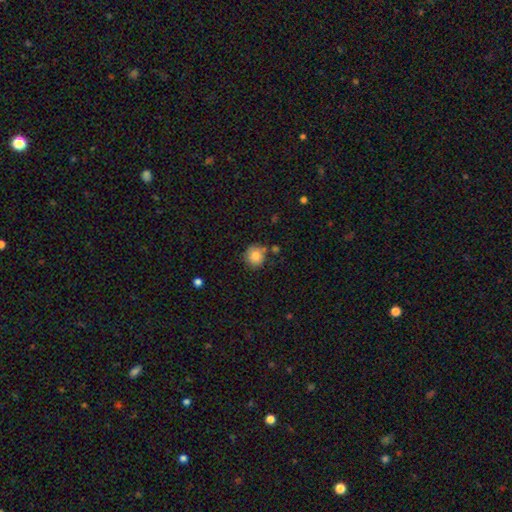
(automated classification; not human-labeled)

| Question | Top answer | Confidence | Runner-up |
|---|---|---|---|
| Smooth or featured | smooth | 84% | star or artifact (9%) |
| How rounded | round | 90% | in between (9%) |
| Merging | none | 74% | minor disturbance (14%) |